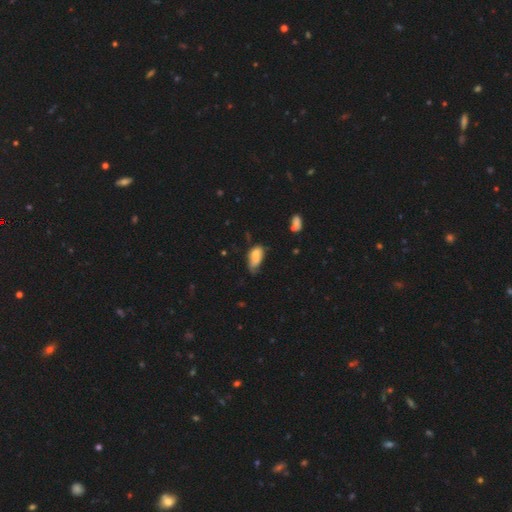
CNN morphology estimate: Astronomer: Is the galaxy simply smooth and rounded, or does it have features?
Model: smooth — 63%.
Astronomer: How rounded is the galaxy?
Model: in between — 87%.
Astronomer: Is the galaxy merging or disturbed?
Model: minor disturbance — 29% (runner-up: merger, 27%).